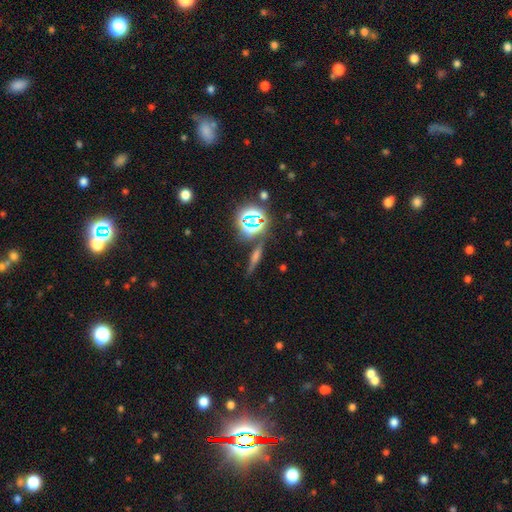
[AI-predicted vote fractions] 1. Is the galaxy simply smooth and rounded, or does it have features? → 38% featured or disk, 37% star or artifact, 26% smooth.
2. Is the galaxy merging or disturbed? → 84% none, 8% minor disturbance, 5% merger, 3% major disturbance.